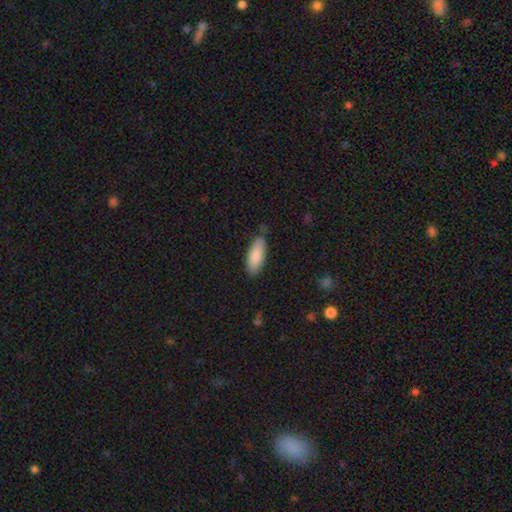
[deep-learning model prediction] smooth_or_featured: smooth (p=0.86) [alt: featured or disk p=0.09]
how_rounded: in between (p=0.75) [alt: cigar-shaped p=0.23]
merging: none (p=0.75) [alt: minor disturbance p=0.18]